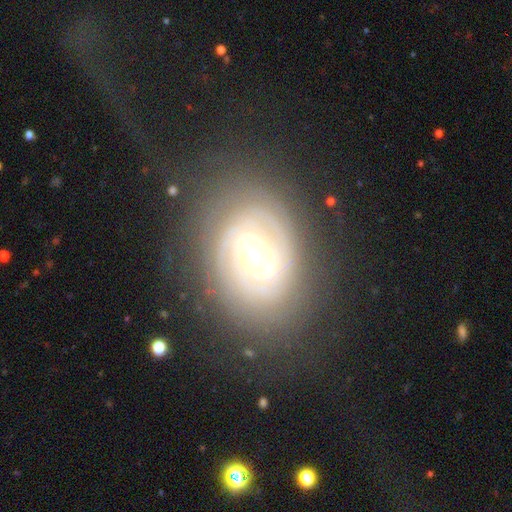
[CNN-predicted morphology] The model was most divided on "spiral arm count": can't tell: 38%, 2: 36%, 3: 11%, 4: 6%, 1: 5%, more than 4: 5%. Remaining: edge-on disk — no (95%); spiral arms — yes (86%); smooth or featured — featured or disk (80%); merging — none (75%); spiral winding — tight (73%); bulge size — moderate (68%); bar — weak (45%).